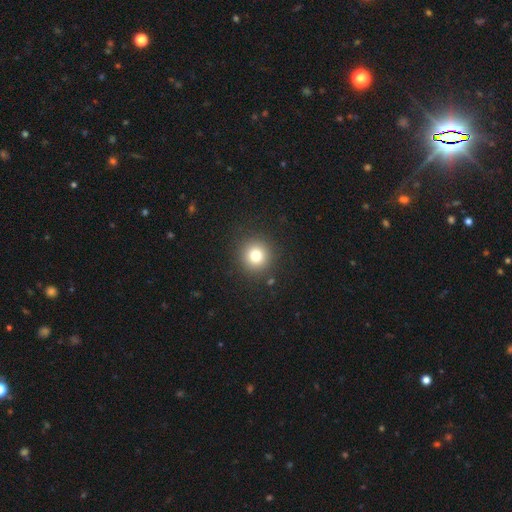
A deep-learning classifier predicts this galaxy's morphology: Q: Smooth or featured?
A: smooth (78%); runner-up: star or artifact (13%)
Q: How rounded?
A: round (94%); runner-up: in between (5%)
Q: Merging?
A: none (89%); runner-up: minor disturbance (6%)